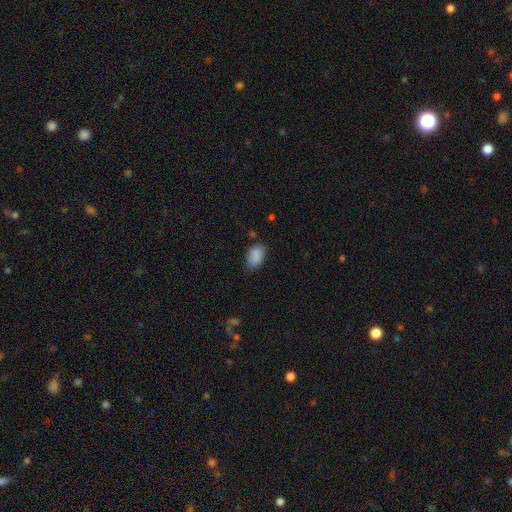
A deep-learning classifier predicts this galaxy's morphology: type=smooth (86%); roundness=in between (91%); merging=none (70%).